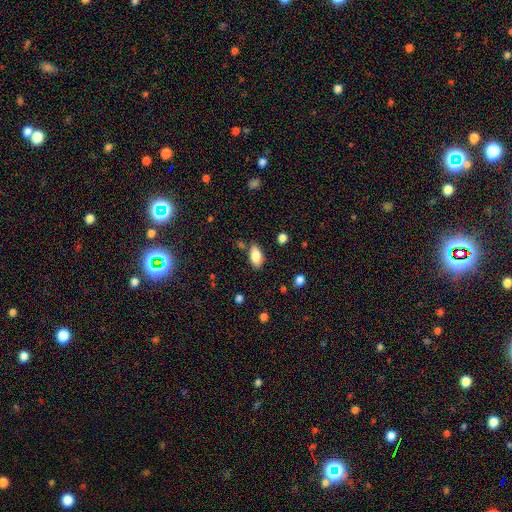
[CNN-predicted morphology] Smooth or featured?
  - smooth: 81% *
  - featured or disk: 11%
  - star or artifact: 8%
How rounded?
  - in between: 89% *
  - cigar-shaped: 8%
  - round: 3%
Merging?
  - none: 78% *
  - minor disturbance: 14%
  - merger: 5%
  - major disturbance: 3%